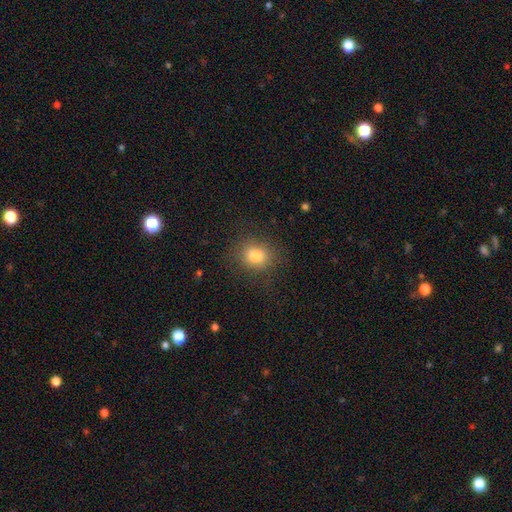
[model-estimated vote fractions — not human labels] The model was most divided on "how rounded": round: 66%, in between: 33%, cigar-shaped: 1%. More confident: merging — none (83%); smooth or featured — smooth (81%).